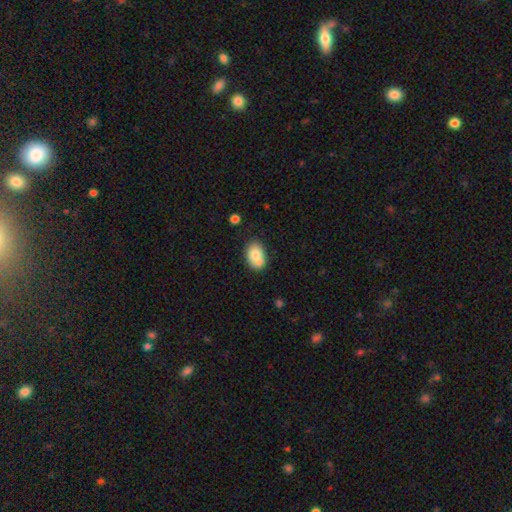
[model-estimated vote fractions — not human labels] A smooth galaxy with no disk features (76%) that is in between round and cigar-shaped (81%). Merging: none (57%).